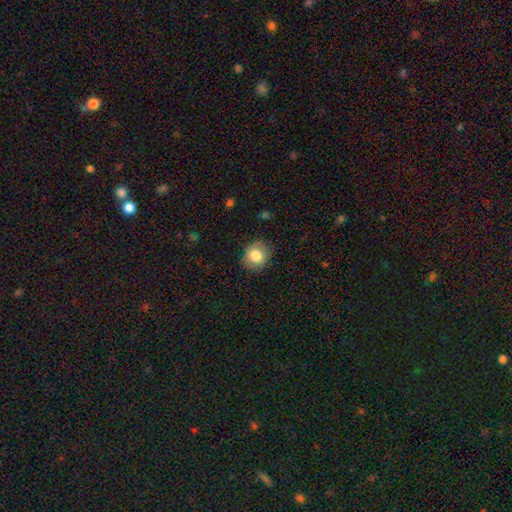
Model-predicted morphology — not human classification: smooth_or_featured: smooth (p=0.81) [alt: featured or disk p=0.10]
how_rounded: round (p=0.79) [alt: in between p=0.20]
merging: none (p=0.81) [alt: minor disturbance p=0.14]